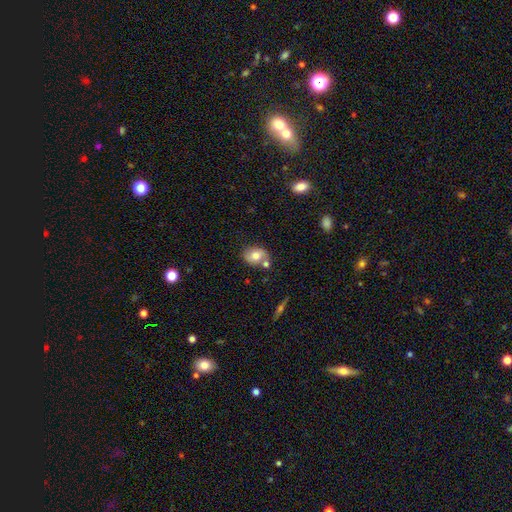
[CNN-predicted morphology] type=smooth (71%); roundness=in between (58%); merging=none (63%).